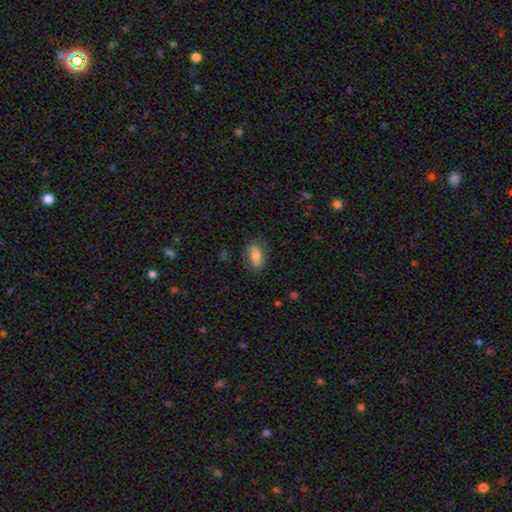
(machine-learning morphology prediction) A smooth galaxy with no disk features (60%) that is in between round and cigar-shaped (85%).

Vote fractions:
- Smooth or featured? smooth: 60% / featured or disk: 32% / star or artifact: 8%
- How rounded? in between: 85% / round: 10% / cigar-shaped: 5%
- Merging? none: 71% / minor disturbance: 20% / major disturbance: 7% / merger: 1%